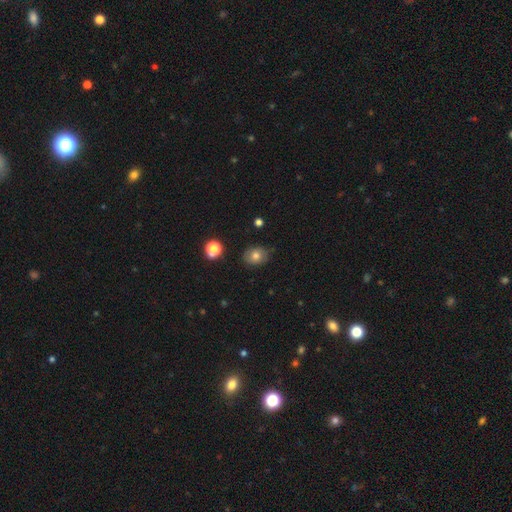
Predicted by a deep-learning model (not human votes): Smooth or featured? Predicted: smooth (p=0.74). How rounded? Predicted: round (p=0.55). Merging? Predicted: none (p=0.76).